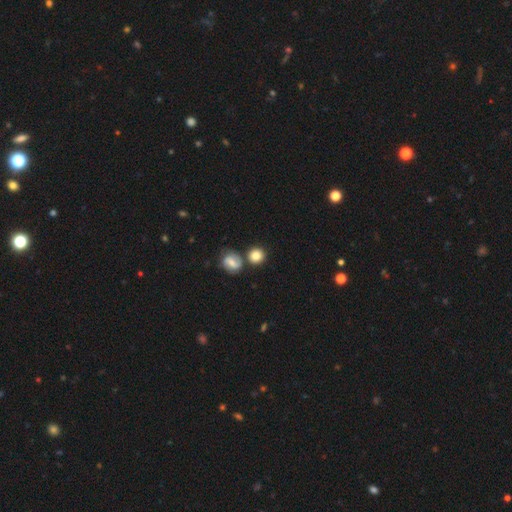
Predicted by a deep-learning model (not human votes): Smooth or featured?
  - smooth: 78% *
  - featured or disk: 14%
  - star or artifact: 8%
How rounded?
  - round: 89% *
  - in between: 10%
  - cigar-shaped: 1%
Merging?
  - none: 70% *
  - merger: 16%
  - minor disturbance: 11%
  - major disturbance: 4%